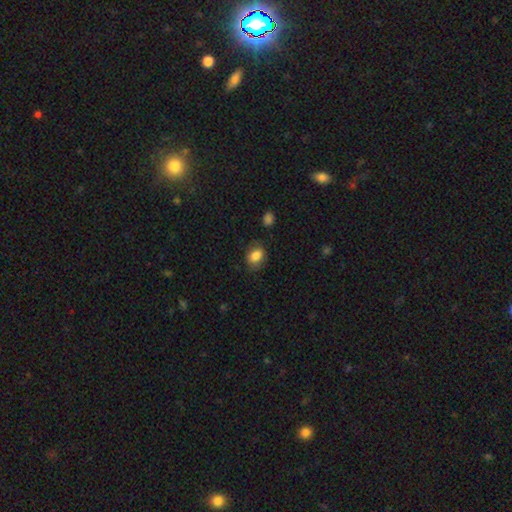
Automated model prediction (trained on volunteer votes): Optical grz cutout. It shows a smooth galaxy with no disk features (84%) that is in between round and cigar-shaped (69%). Merging: none (77%).